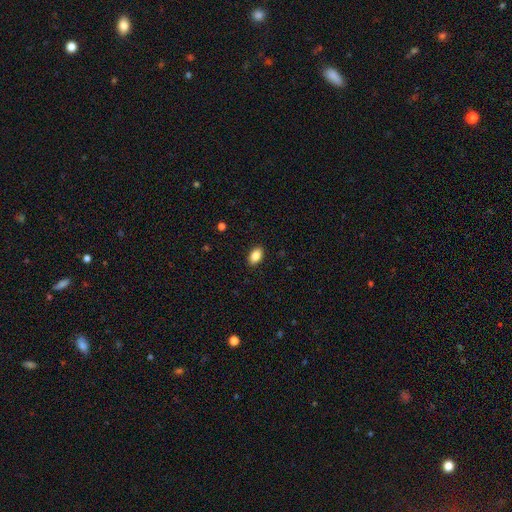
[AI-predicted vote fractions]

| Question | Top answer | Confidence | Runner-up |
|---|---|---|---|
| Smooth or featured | smooth | 86% | star or artifact (8%) |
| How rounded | in between | 90% | round (8%) |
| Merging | none | 90% | minor disturbance (8%) |